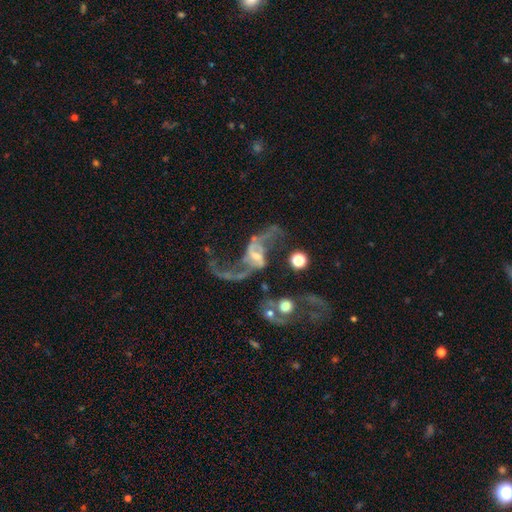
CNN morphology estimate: Smooth or featured?
  - featured or disk: 88% *
  - star or artifact: 7%
  - smooth: 5%
Edge-on disk?
  - no: 97% *
  - yes: 3%
Bar?
  - weak: 46% *
  - no: 29%
  - strong: 24%
Spiral arms?
  - yes: 93% *
  - no: 7%
Spiral winding?
  - loose: 88% *
  - medium: 9%
  - tight: 3%
Spiral arm count?
  - 2: 91% *
  - 1: 4%
  - can't tell: 2%
  - 3: 1%
  - 4: 1%
  - more than 4: 1%
Bulge size?
  - small: 58% *
  - moderate: 30%
  - none: 8%
  - large: 3%
  - dominant: 1%
Merging?
  - none: 41% *
  - major disturbance: 26%
  - merger: 18%
  - minor disturbance: 15%